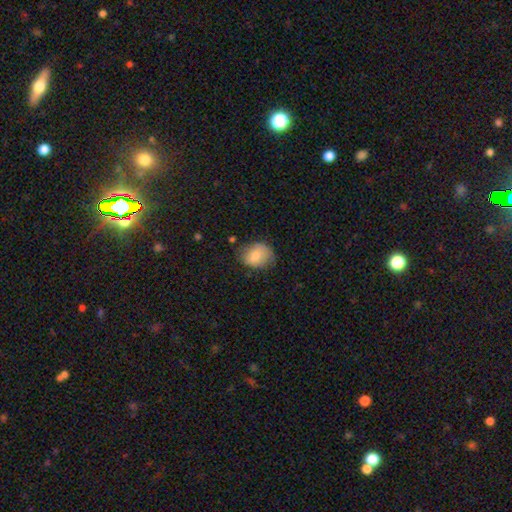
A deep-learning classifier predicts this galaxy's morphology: Smooth or featured?
  - smooth: 75% *
  - featured or disk: 17%
  - star or artifact: 8%
How rounded?
  - round: 51% *
  - in between: 48%
  - cigar-shaped: 1%
Merging?
  - none: 66% *
  - minor disturbance: 26%
  - major disturbance: 6%
  - merger: 2%